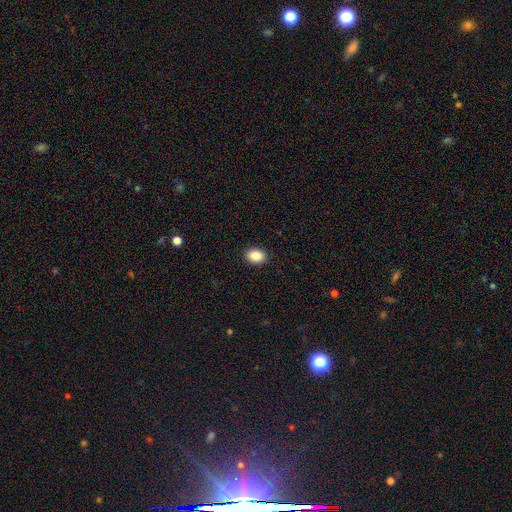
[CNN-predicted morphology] A smooth galaxy with no disk features (87%) that is in between round and cigar-shaped (68%). Merging: none (91%).